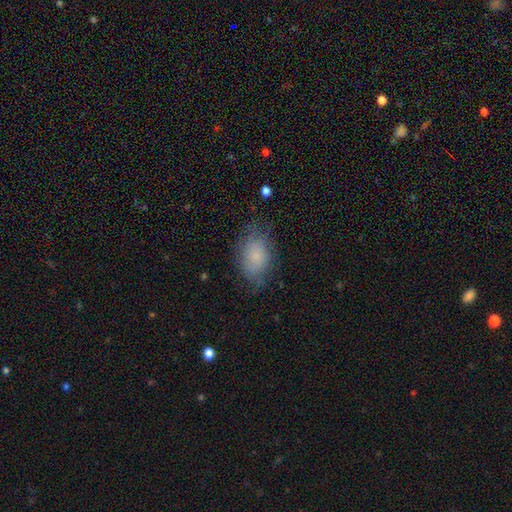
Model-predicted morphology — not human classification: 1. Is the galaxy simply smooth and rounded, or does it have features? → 75% smooth, 16% featured or disk, 9% star or artifact.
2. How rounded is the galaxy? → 84% in between, 15% round, 1% cigar-shaped.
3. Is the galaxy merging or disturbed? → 69% none, 21% minor disturbance, 8% major disturbance, 1% merger.